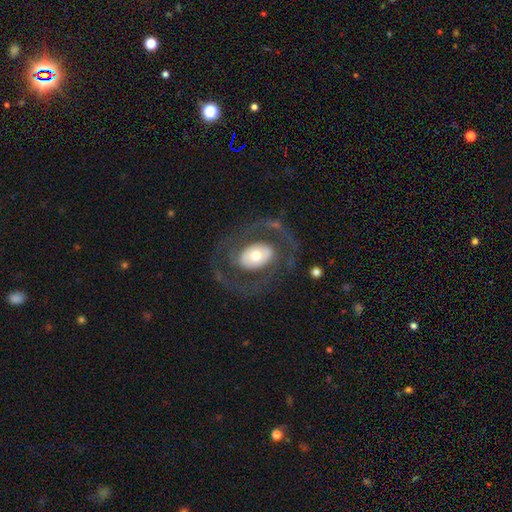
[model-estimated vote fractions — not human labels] Smooth or featured? Predicted: featured or disk (p=0.71). Edge-on disk? Predicted: no (p=0.94). Bar? Predicted: no (p=0.67). Spiral arms? Predicted: yes (p=0.63). Bulge size? Predicted: moderate (p=0.53). Merging? Predicted: none (p=0.71).